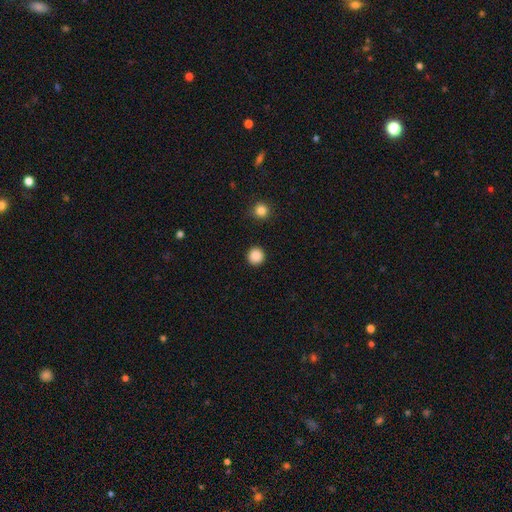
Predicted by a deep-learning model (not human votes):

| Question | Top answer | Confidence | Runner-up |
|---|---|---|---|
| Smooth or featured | smooth | 87% | star or artifact (10%) |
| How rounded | round | 95% | in between (4%) |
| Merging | none | 92% | minor disturbance (4%) |